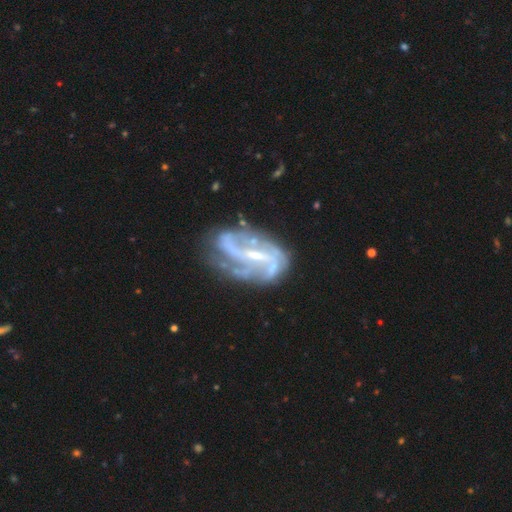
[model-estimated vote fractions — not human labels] smooth_or_featured: featured or disk (p=0.87) [alt: star or artifact p=0.07]
disk_edge_on: no (p=0.96) [alt: yes p=0.04]
bar: strong (p=0.45) [alt: weak p=0.37]
has_spiral_arms: yes (p=0.92) [alt: no p=0.08]
spiral_winding: loose (p=0.42) [alt: medium p=0.38]
spiral_arm_count: 2 (p=0.50) [alt: can't tell p=0.20]
bulge_size: small (p=0.71) [alt: moderate p=0.20]
merging: none (p=0.52) [alt: minor disturbance p=0.24]